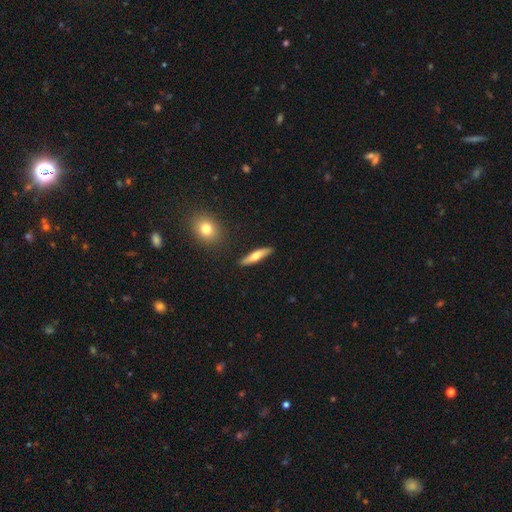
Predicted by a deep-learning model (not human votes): smooth_or_featured: smooth (p=0.57) [alt: featured or disk p=0.37]
how_rounded: cigar-shaped (p=0.81) [alt: in between p=0.17]
merging: none (p=0.87) [alt: minor disturbance p=0.09]